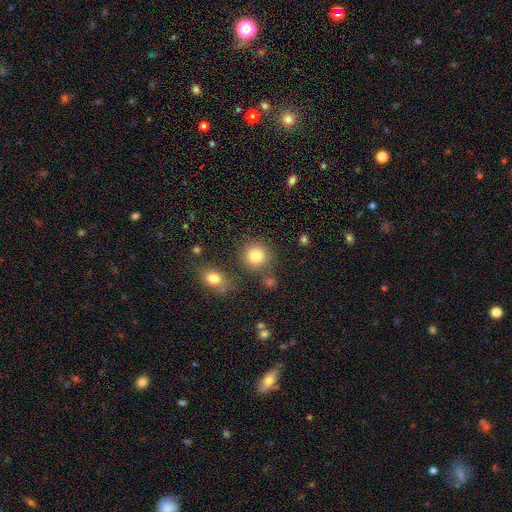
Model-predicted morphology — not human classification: This appears to be a smooth galaxy with no disk features (83%) that is round (91%). Merging: none (78%).